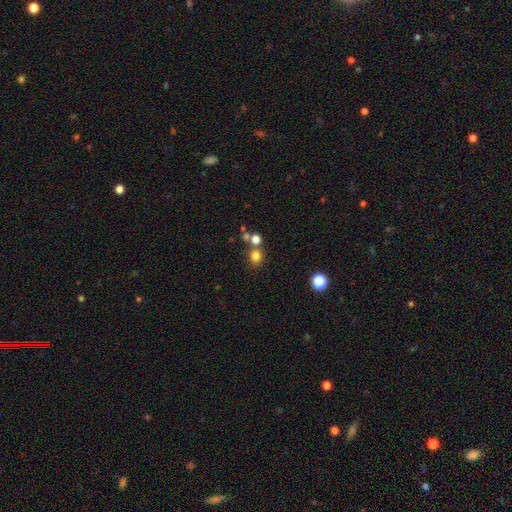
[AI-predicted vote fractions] This appears to be a smooth galaxy with no disk features (78%) that is round (81%). Merging: none (68%).